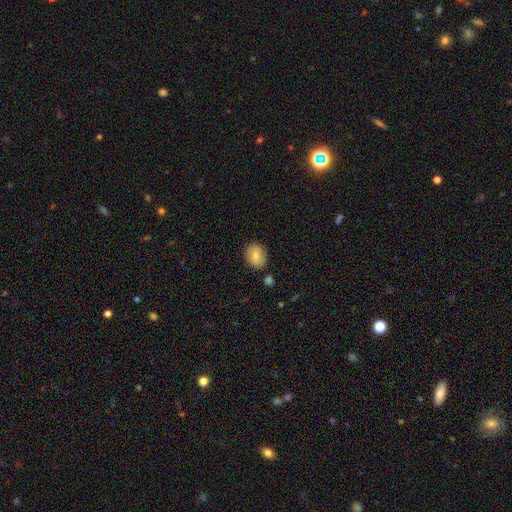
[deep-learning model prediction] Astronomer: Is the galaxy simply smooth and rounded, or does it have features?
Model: smooth — 79%.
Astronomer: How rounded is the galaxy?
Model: in between — 57% (runner-up: round, 42%).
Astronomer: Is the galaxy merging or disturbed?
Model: none — 84%.